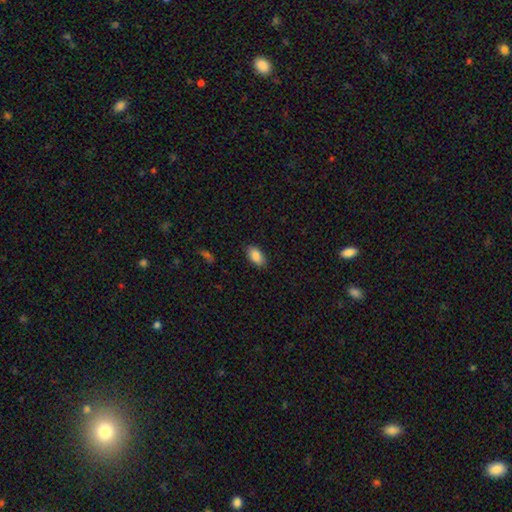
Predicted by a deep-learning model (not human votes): A smooth galaxy with no disk features (88%) that is in between round and cigar-shaped (93%). Merging: none (86%).